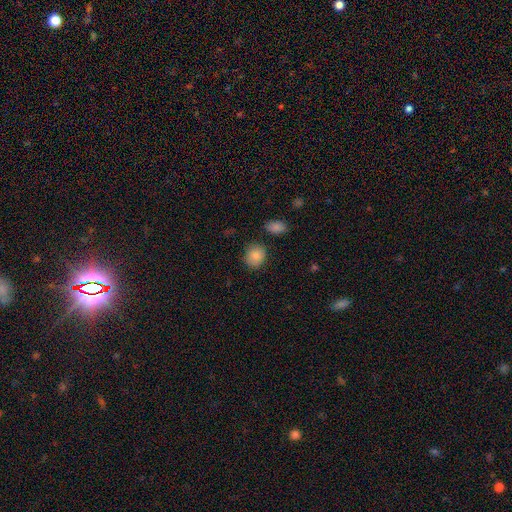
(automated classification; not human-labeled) Smooth or featured? Predicted: smooth (p=0.85). How rounded? Predicted: round (p=0.74). Merging? Predicted: none (p=0.82).